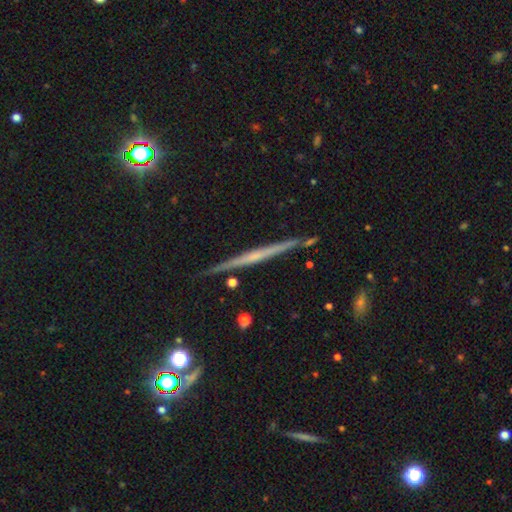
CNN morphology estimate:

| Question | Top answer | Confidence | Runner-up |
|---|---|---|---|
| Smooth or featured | featured or disk | 72% | smooth (20%) |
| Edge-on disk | yes | 98% | no (2%) |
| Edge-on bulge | none | 64% | rounded (27%) |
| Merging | none | 89% | minor disturbance (7%) |